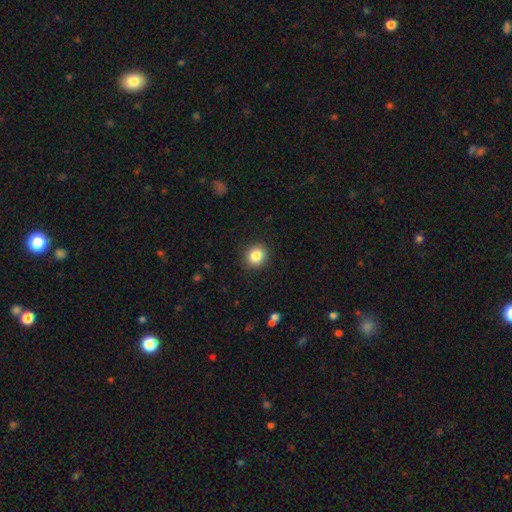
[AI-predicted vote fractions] Overall: smooth (85%). How rounded: round (83%). Merging: none (90%).